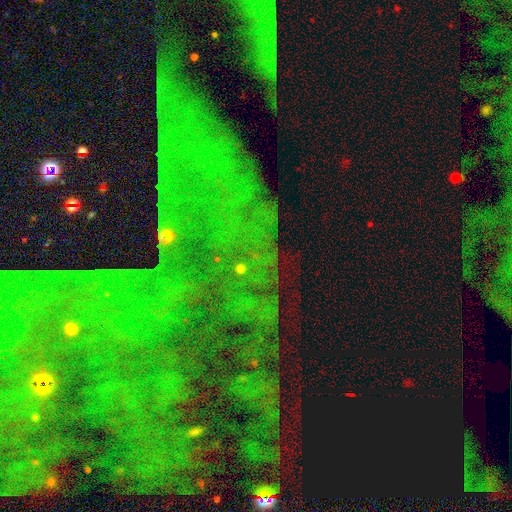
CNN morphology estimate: star or artifact 79%, featured or disk 12%, smooth 9%.